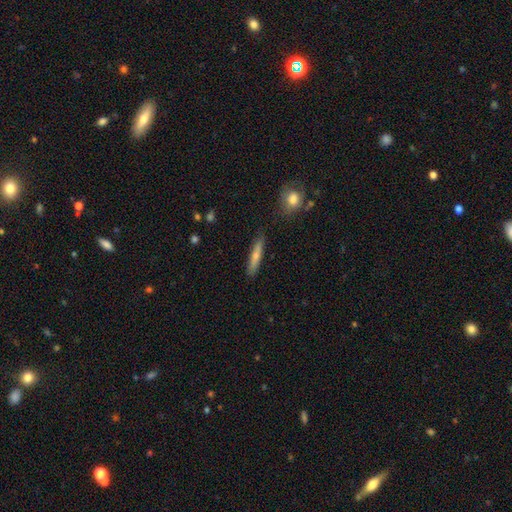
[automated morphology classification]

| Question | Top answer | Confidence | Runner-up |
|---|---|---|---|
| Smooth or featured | smooth | 66% | featured or disk (28%) |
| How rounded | cigar-shaped | 88% | in between (10%) |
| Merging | none | 84% | minor disturbance (12%) |